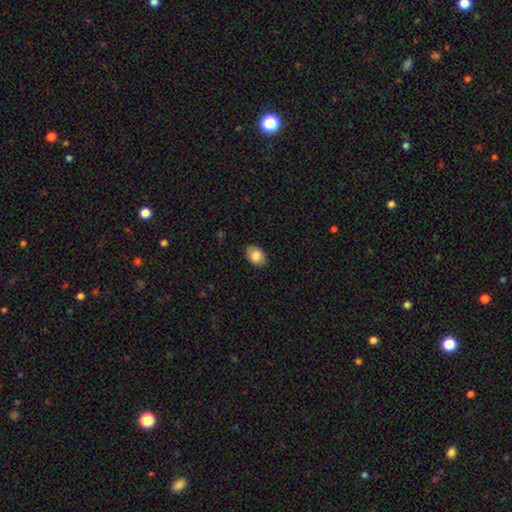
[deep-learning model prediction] smooth-or-featured: smooth: 84% | featured or disk: 9% | star or artifact: 7%
  how-rounded: in between: 79% | round: 20% | cigar-shaped: 1%
  merging: none: 85% | minor disturbance: 12% | major disturbance: 2% | merger: 1%